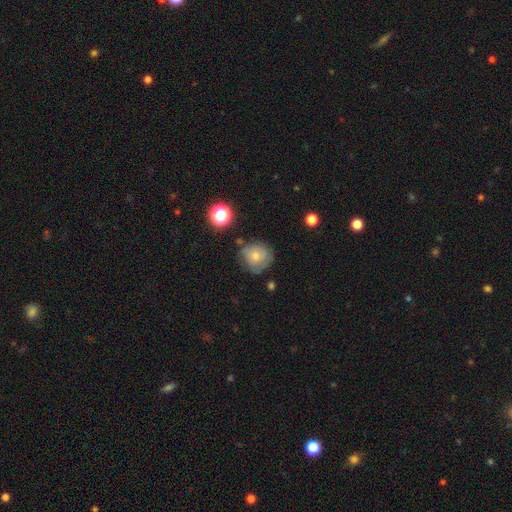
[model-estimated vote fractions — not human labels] Overall: smooth (67%). How rounded: round (85%). Merging: none (61%; minor disturbance 26%).